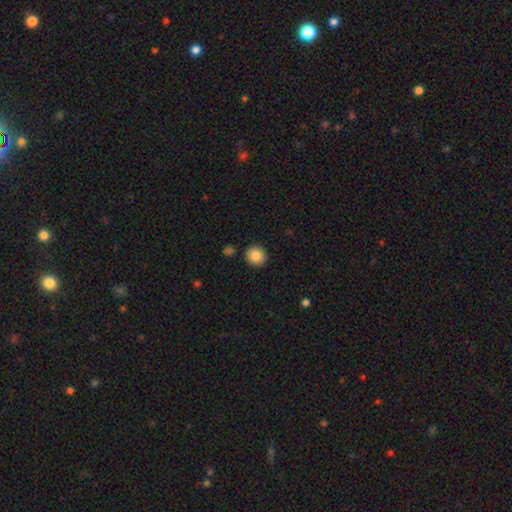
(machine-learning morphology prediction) Smooth or featured?
  - smooth: 85% *
  - star or artifact: 9%
  - featured or disk: 7%
How rounded?
  - round: 90% *
  - in between: 9%
  - cigar-shaped: 1%
Merging?
  - none: 91% *
  - minor disturbance: 6%
  - merger: 2%
  - major disturbance: 2%